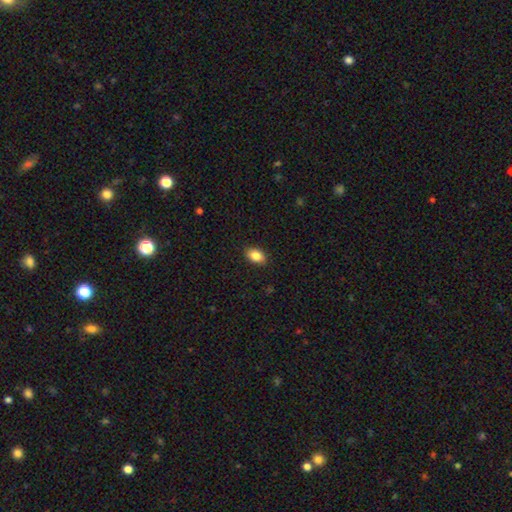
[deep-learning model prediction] Morphology: type=smooth (85%); roundness=in between (86%); merging=none (89%).